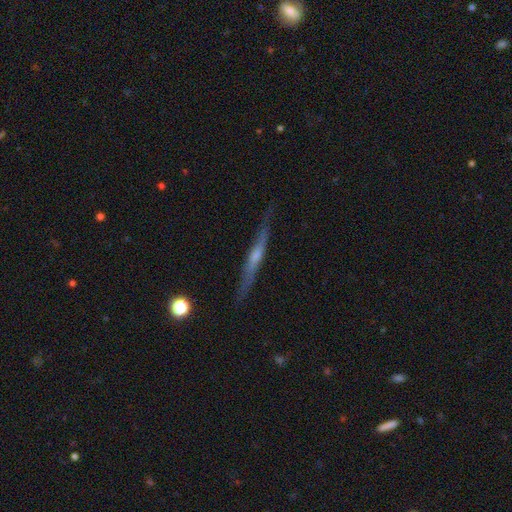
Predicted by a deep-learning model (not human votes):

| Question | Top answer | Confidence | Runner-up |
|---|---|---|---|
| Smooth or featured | featured or disk | 71% | smooth (22%) |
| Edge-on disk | yes | 96% | no (4%) |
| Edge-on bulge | rounded | 60% | none (30%) |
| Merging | none | 85% | minor disturbance (11%) |